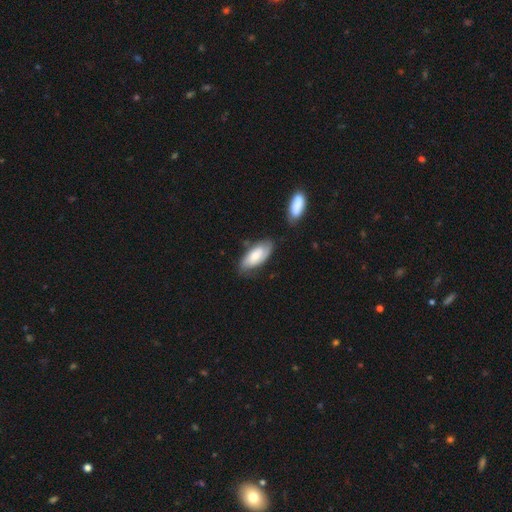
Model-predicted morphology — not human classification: Overall: smooth (53%; featured or disk 41%). How rounded: in between (87%). Merging: none (66%).